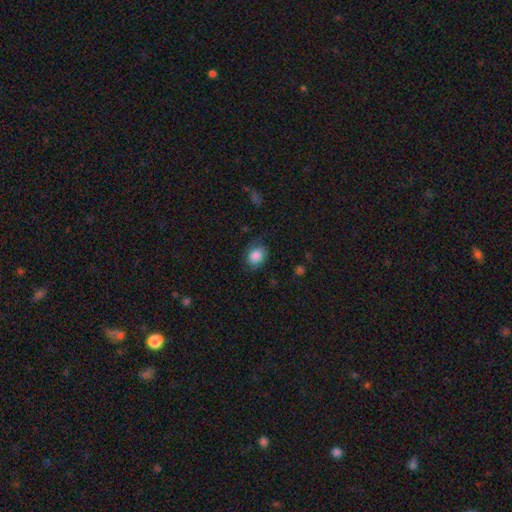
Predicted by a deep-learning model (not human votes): A smooth galaxy with no disk features (82%) that is in between round and cigar-shaped (58%).

Vote fractions:
- Smooth or featured? smooth: 82% / featured or disk: 10% / star or artifact: 8%
- How rounded? in between: 58% / round: 41% / cigar-shaped: 1%
- Merging? none: 67% / minor disturbance: 23% / major disturbance: 8% / merger: 1%